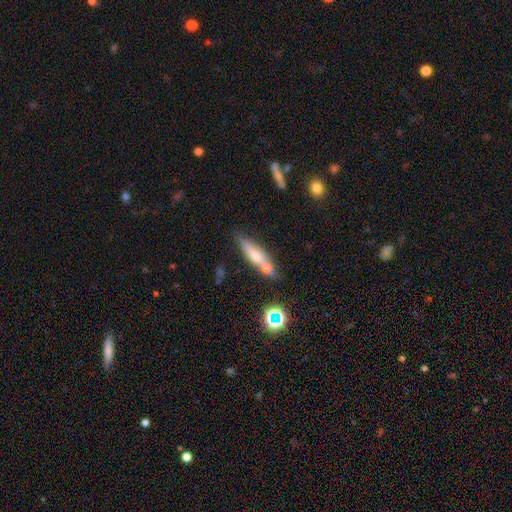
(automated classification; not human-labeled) This appears to be a smooth galaxy with no disk features (60%) that is cigar-shaped (62%). Merging: none (49%).